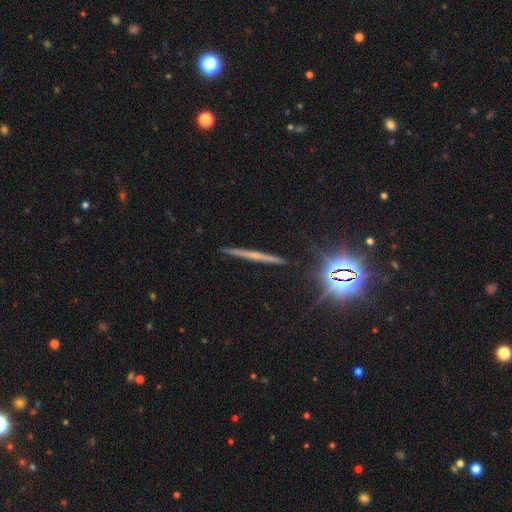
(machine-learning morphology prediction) featured or disk 49%, smooth 28%, star or artifact 22%. Down the decision tree: merging — none (89%).